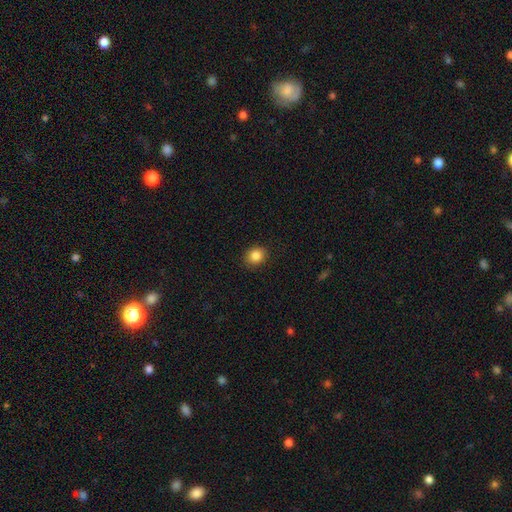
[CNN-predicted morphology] smooth 86%, star or artifact 10%, featured or disk 4%. Down the decision tree: how rounded — round (72%); merging — none (89%).